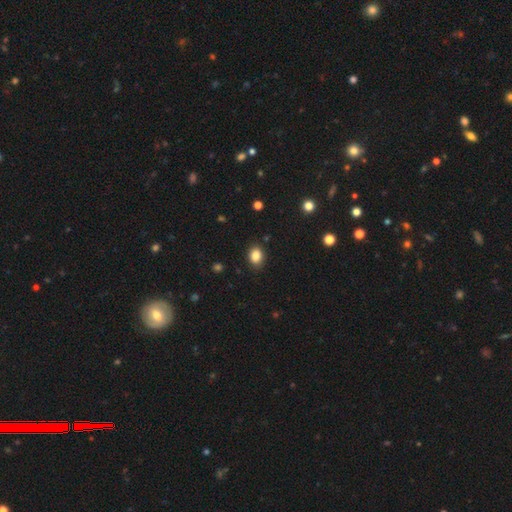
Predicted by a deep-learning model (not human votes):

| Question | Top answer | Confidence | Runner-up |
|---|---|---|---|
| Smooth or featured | smooth | 85% | star or artifact (10%) |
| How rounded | in between | 59% | round (40%) |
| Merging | none | 87% | minor disturbance (9%) |